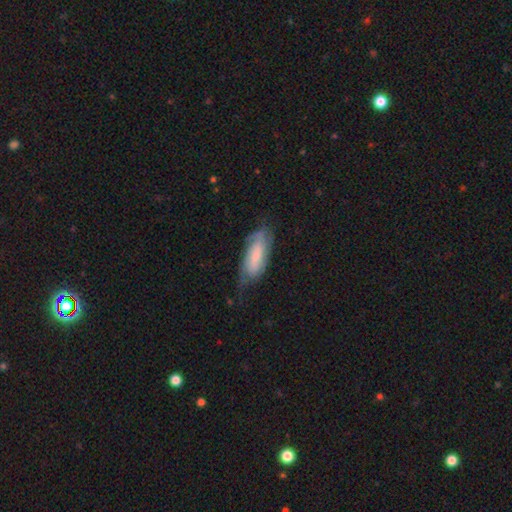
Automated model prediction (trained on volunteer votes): smooth_or_featured: featured or disk (p=0.53) [alt: smooth p=0.40]
disk_edge_on: no (p=0.84) [alt: yes p=0.16]
merging: none (p=0.58) [alt: minor disturbance p=0.29]